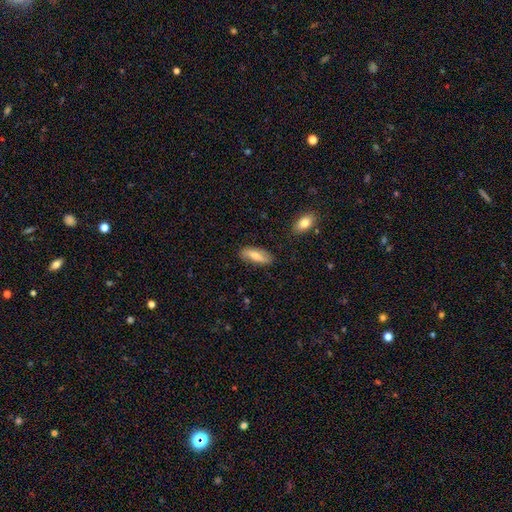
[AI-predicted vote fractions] Smooth or featured? smooth (68%)
How rounded? in between (63%)
Merging? none (80%)